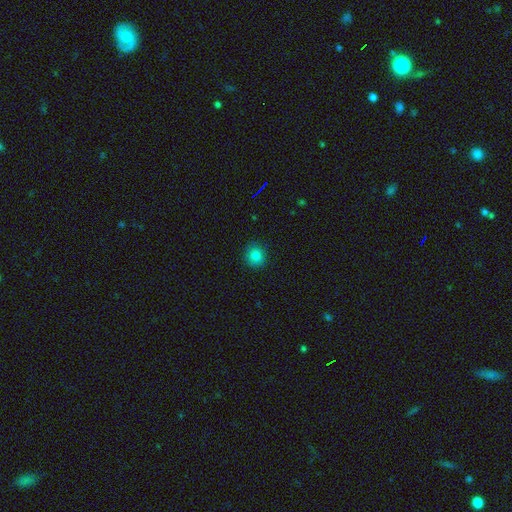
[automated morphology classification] Overall: smooth (81%). How rounded: round (85%). Merging: none (88%).